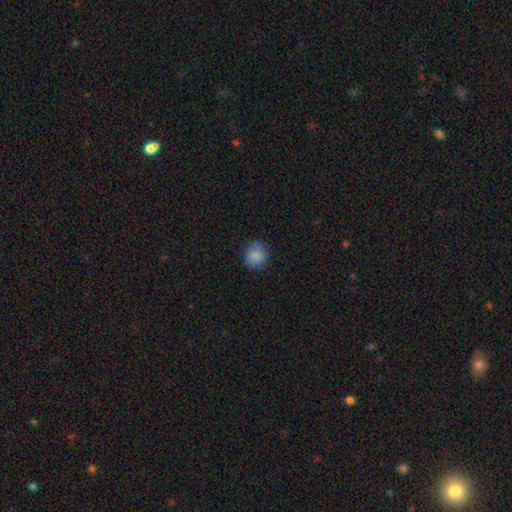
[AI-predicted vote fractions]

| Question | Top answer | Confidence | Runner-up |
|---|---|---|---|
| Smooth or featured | smooth | 86% | star or artifact (9%) |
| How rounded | round | 82% | in between (17%) |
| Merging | none | 79% | minor disturbance (17%) |